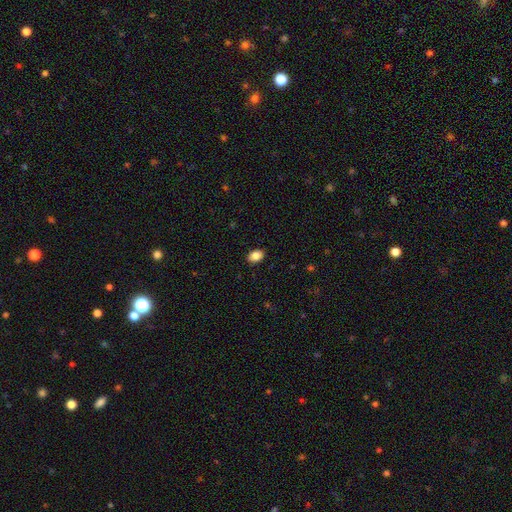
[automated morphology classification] type=smooth (87%); roundness=in between (81%); merging=none (89%).